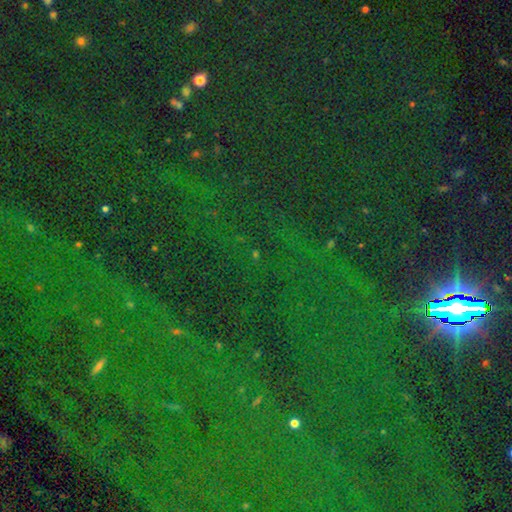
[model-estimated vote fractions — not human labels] Morphology: type=star or artifact (86%).